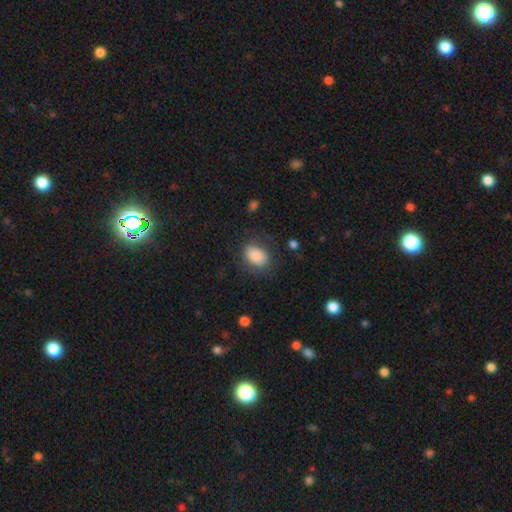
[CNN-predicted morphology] This appears to be a smooth galaxy with no disk features (83%) that is in between round and cigar-shaped (77%). Merging: none (72%).